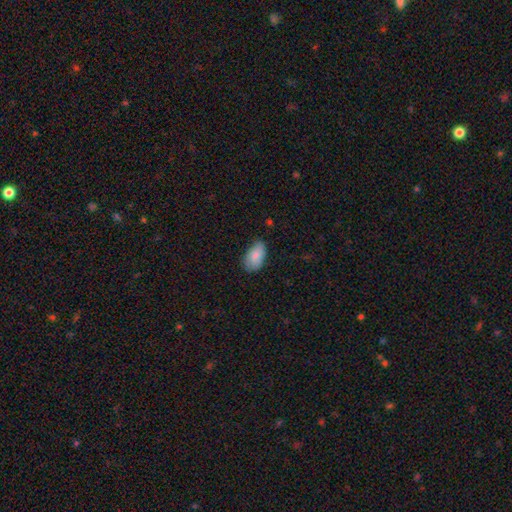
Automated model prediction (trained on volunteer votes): This appears to be a smooth galaxy with no disk features (82%) that is in between round and cigar-shaped (93%). Merging: none (67%).